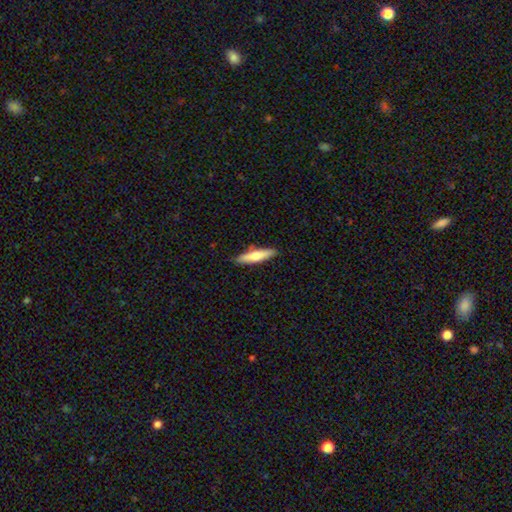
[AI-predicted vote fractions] The model was most divided on "smooth or featured": smooth: 62%, featured or disk: 33%, star or artifact: 5%. More confident: merging — none (87%); how rounded — cigar-shaped (79%).